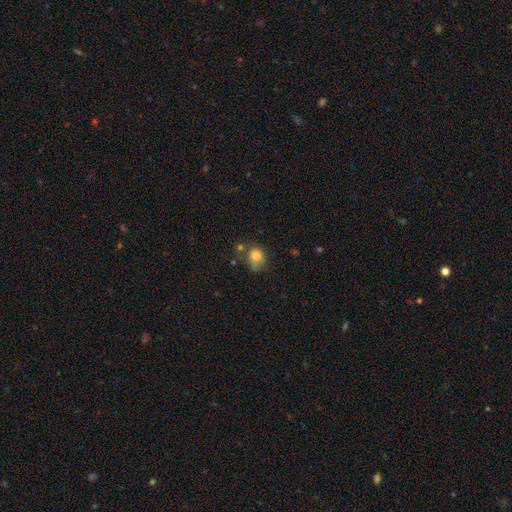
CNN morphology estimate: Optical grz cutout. It shows a smooth galaxy with no disk features (79%) that is round (55%). Merging: none (40%).